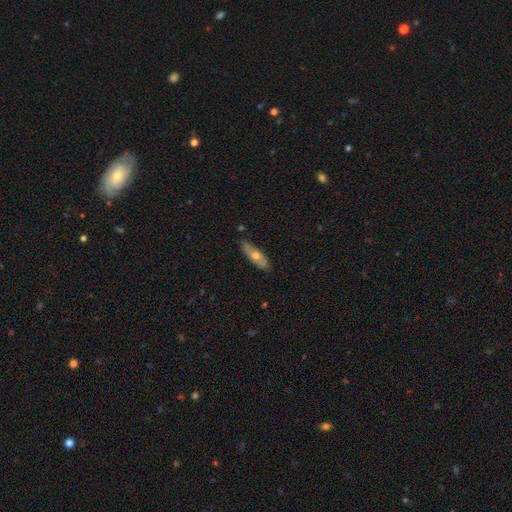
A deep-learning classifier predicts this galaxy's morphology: smooth-or-featured: smooth: 57% | featured or disk: 37% | star or artifact: 6%
  how-rounded: in between: 54% | cigar-shaped: 44% | round: 3%
  merging: none: 78% | minor disturbance: 18% | major disturbance: 3% | merger: 2%